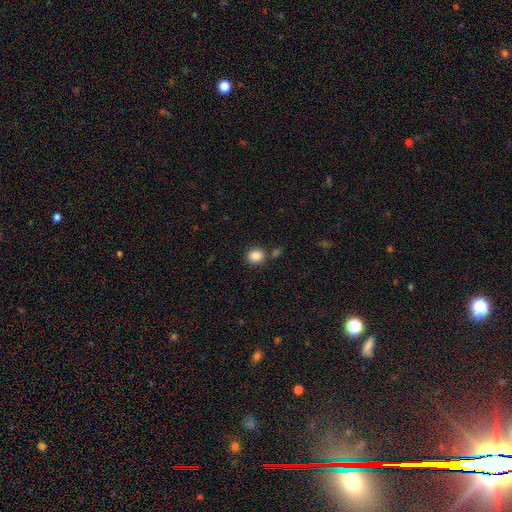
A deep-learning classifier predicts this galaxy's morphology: Smooth or featured?
  - smooth: 87% *
  - star or artifact: 9%
  - featured or disk: 4%
How rounded?
  - round: 70% *
  - in between: 29%
  - cigar-shaped: 1%
Merging?
  - none: 76% *
  - merger: 10%
  - minor disturbance: 10%
  - major disturbance: 3%